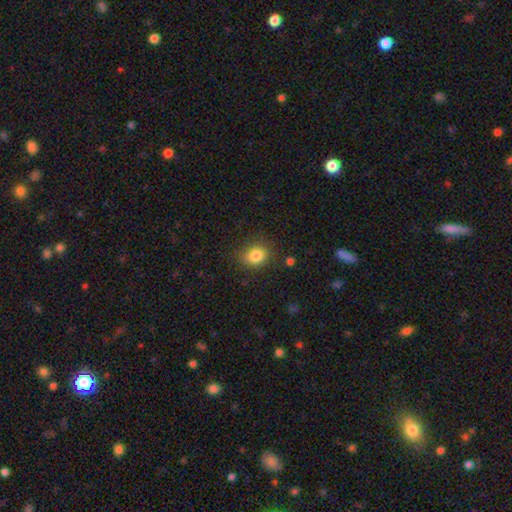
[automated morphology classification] Overall: smooth (83%). How rounded: round (53%; in between 46%). Merging: none (80%).